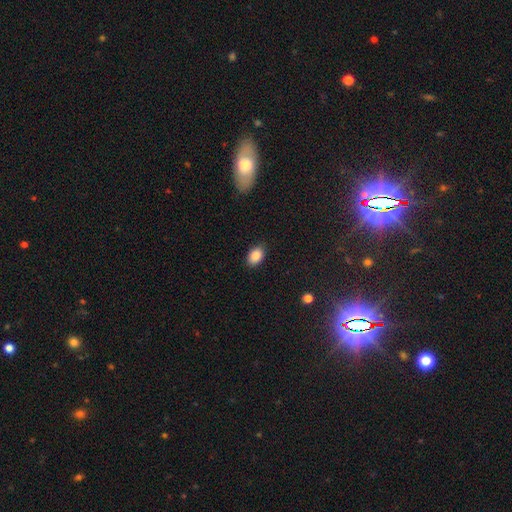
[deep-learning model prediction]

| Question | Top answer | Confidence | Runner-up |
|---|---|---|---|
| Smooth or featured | smooth | 88% | star or artifact (8%) |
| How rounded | in between | 85% | round (14%) |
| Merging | none | 87% | minor disturbance (9%) |